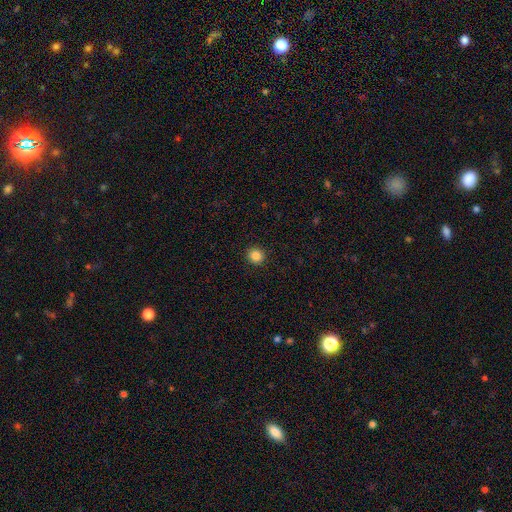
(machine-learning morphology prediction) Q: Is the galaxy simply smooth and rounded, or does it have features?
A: smooth — 85%.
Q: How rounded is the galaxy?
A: round — 92%.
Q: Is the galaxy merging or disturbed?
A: none — 92%.